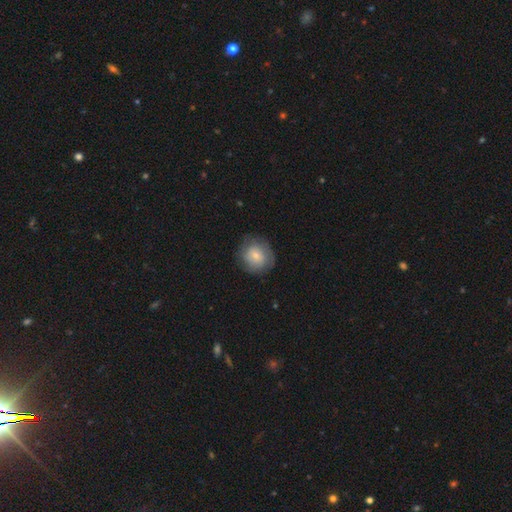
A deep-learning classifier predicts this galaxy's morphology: Smooth or featured? smooth (64%)
How rounded? round (87%)
Merging? none (76%)